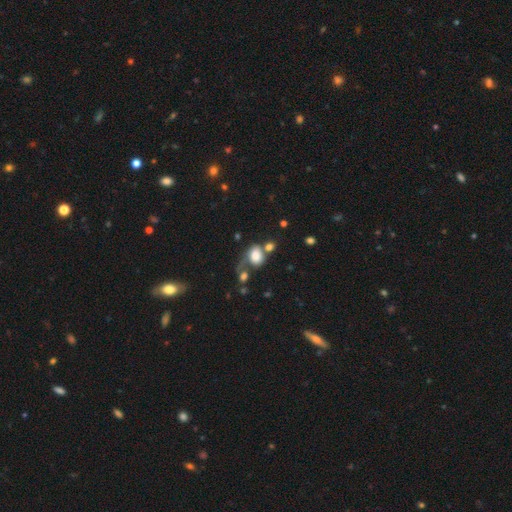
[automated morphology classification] smooth-or-featured: smooth: 75% | featured or disk: 15% | star or artifact: 10%
  how-rounded: in between: 60% | round: 39% | cigar-shaped: 1%
  merging: merger: 33% | none: 29% | major disturbance: 23% | minor disturbance: 16%